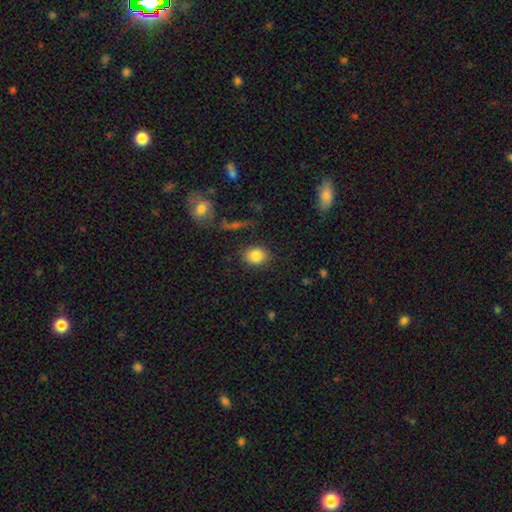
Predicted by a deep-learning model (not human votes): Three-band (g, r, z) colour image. It shows a smooth galaxy with no disk features (84%) that is round (52%). Merging: none (83%).